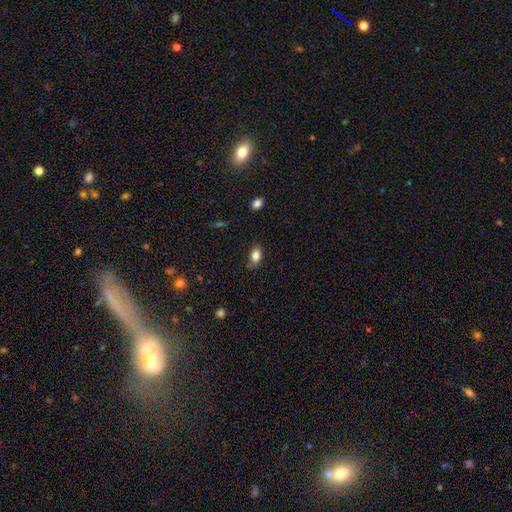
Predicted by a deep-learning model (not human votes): Smooth or featured? Predicted: smooth (p=0.82). How rounded? Predicted: in between (p=0.83). Merging? Predicted: none (p=0.76).